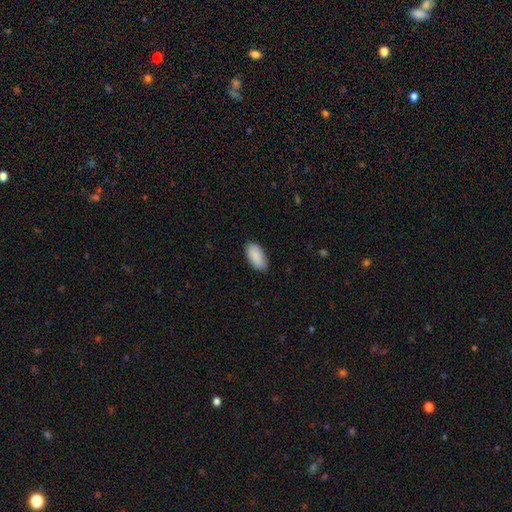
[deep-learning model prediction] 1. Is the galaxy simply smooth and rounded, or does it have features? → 90% smooth, 6% star or artifact, 4% featured or disk.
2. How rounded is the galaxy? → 94% in between, 4% cigar-shaped, 2% round.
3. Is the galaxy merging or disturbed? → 85% none, 12% minor disturbance, 2% major disturbance, 1% merger.